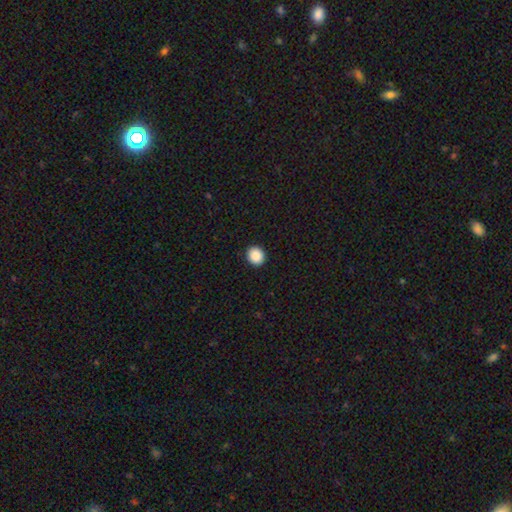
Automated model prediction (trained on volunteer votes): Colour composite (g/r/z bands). It shows a smooth galaxy with no disk features (90%) that is round (72%). Merging: none (92%).